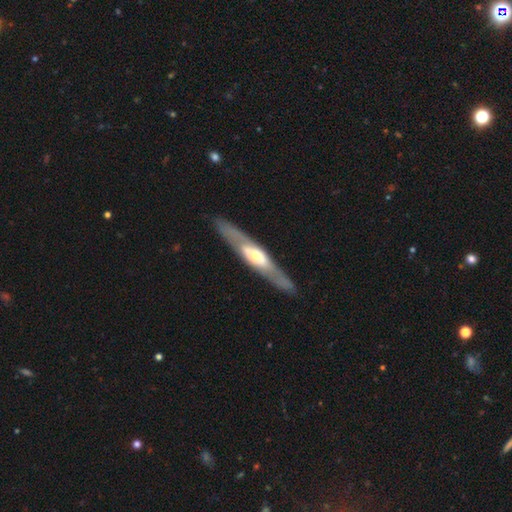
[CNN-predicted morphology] type=featured or disk (67%); edge-on=yes (69%); merging=none (86%).